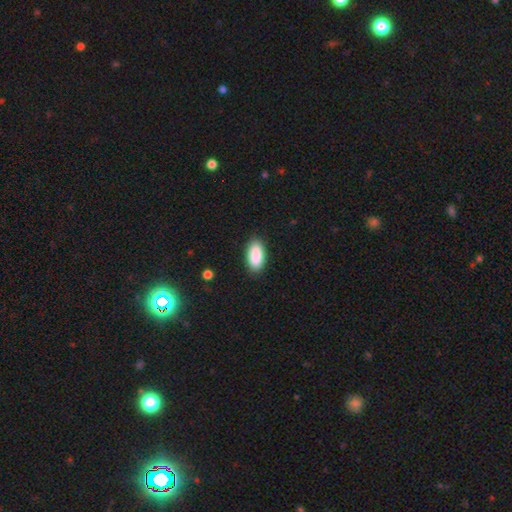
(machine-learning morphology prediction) Overall: smooth (90%). How rounded: in between (94%). Merging: none (88%).